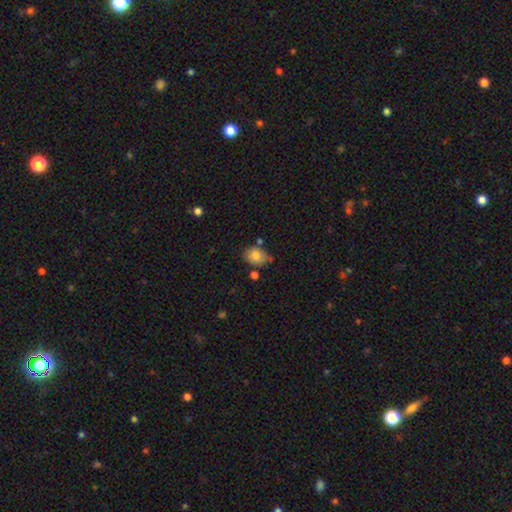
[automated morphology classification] Smooth or featured? Predicted: smooth (p=0.82). How rounded? Predicted: in between (p=0.63). Merging? Predicted: none (p=0.59).